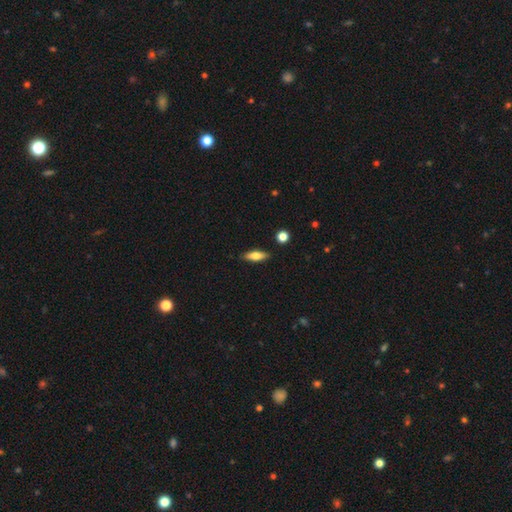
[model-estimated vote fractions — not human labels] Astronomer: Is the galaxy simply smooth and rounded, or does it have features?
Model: smooth — 67%.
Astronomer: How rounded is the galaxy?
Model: in between — 54% (runner-up: cigar-shaped, 44%).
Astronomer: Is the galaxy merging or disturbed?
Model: none — 87%.